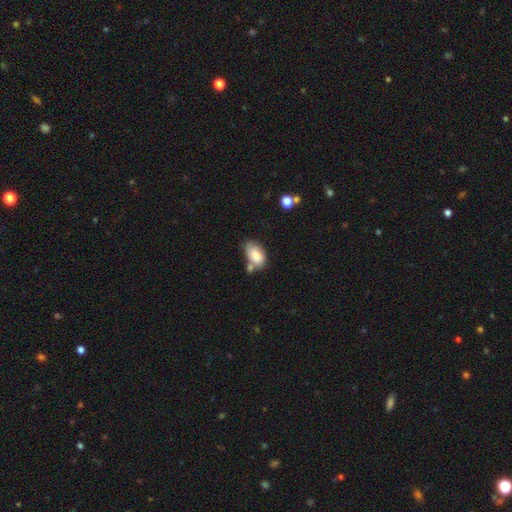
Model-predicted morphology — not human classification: Overall: smooth (78%). How rounded: in between (91%). Merging: none (40%; merger 27%).